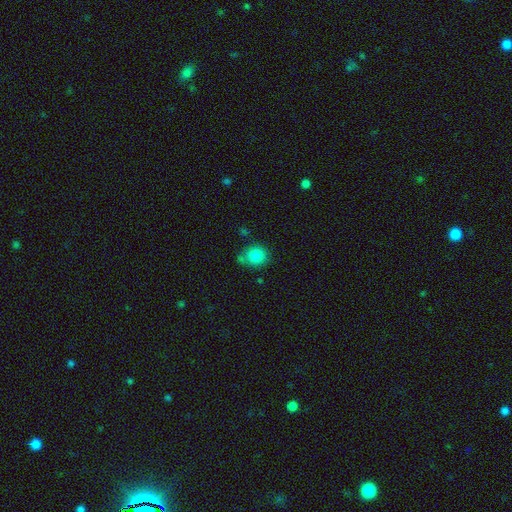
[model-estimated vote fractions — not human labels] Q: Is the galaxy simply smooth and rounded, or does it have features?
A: smooth — 84%.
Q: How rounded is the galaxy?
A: round — 80%.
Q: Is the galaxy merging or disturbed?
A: none — 69%.